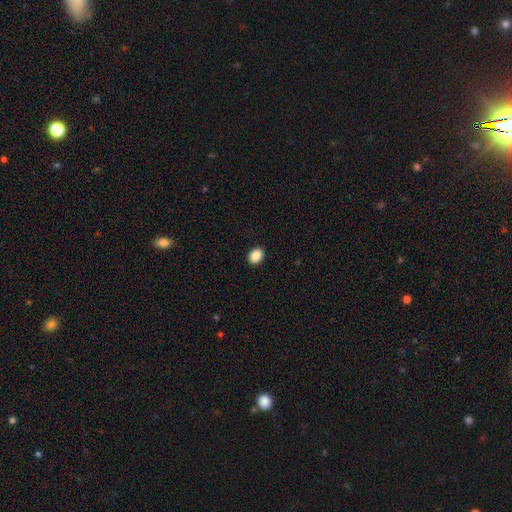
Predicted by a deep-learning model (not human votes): Overall: smooth (89%). How rounded: in between (62%; round 37%). Merging: none (91%).